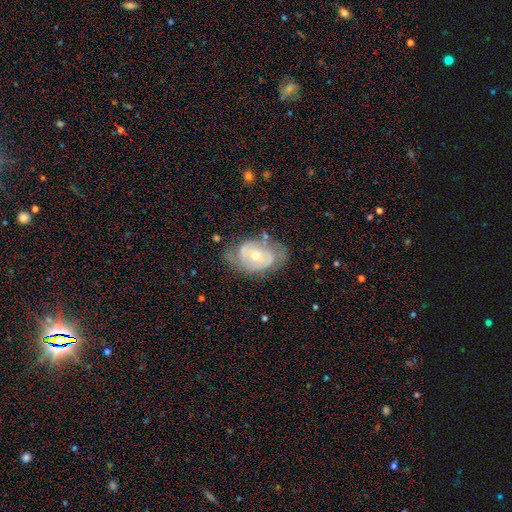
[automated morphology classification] A featured or disk galaxy (71%) with no bar (59%), spiral arms (72%) and a moderate central bulge (57%). Merging: none (57%).